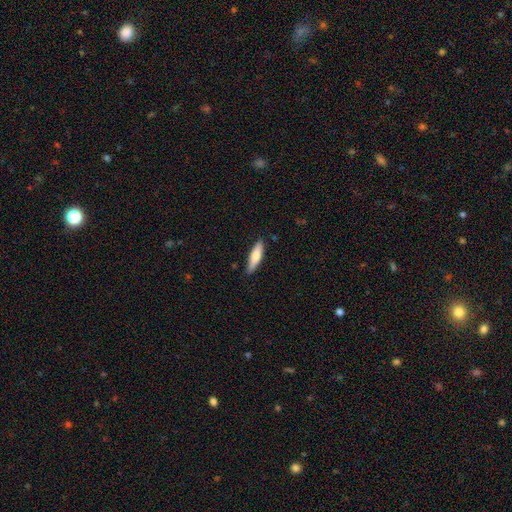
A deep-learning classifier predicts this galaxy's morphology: This appears to be a smooth galaxy with no disk features (69%) that is cigar-shaped (66%). Merging: none (86%).